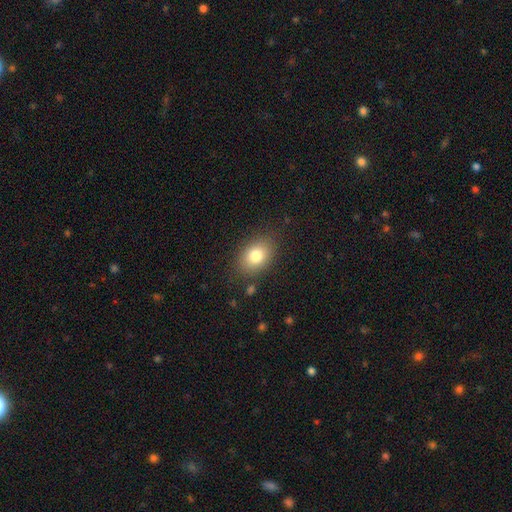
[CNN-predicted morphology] This is clearly a smooth galaxy (80%). How rounded: likely in between (74%). Merging: clearly none (83%).